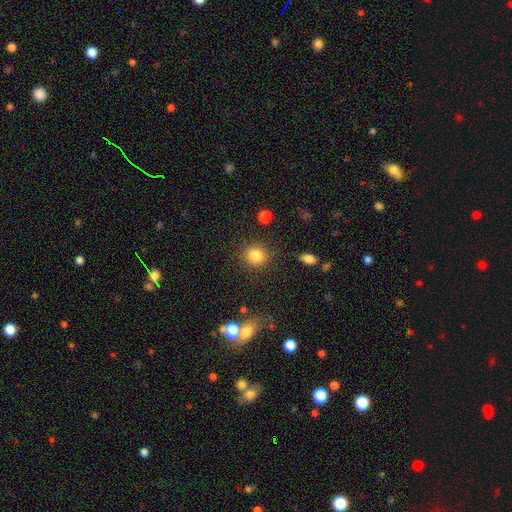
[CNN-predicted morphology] This is clearly a smooth galaxy (84%). How rounded: clearly round (88%). Merging: clearly none (86%).